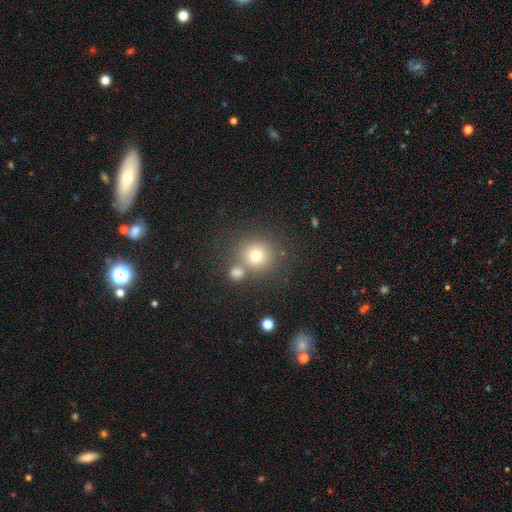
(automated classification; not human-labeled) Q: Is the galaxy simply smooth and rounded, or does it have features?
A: smooth — 73%.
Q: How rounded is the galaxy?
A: round — 91%.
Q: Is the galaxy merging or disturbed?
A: none — 69%.